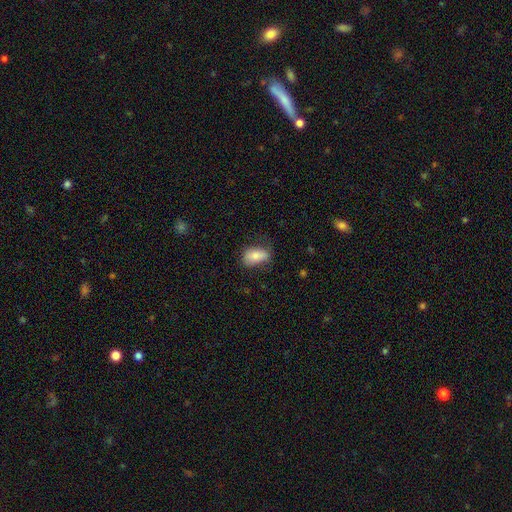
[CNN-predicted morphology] smooth 78%, featured or disk 15%, star or artifact 7%. Down the decision tree: how rounded — in between (90%); merging — none (60%).